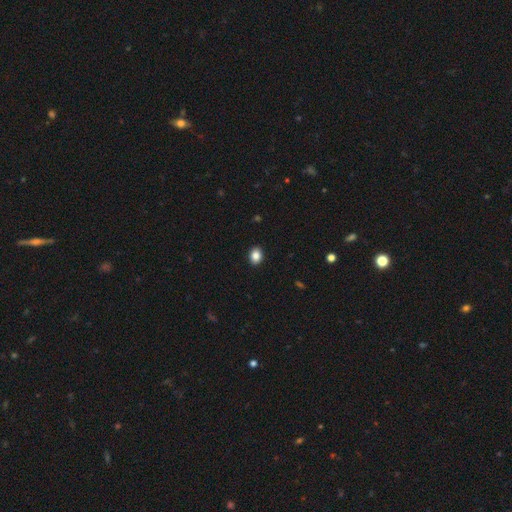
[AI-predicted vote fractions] Smooth or featured? Predicted: smooth (p=0.86). How rounded? Predicted: in between (p=0.58). Merging? Predicted: none (p=0.91).